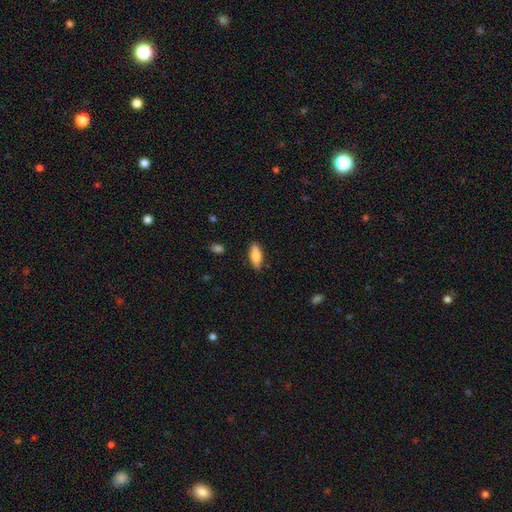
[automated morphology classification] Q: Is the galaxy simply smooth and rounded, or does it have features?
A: smooth — 81%.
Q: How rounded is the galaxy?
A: in between — 76%.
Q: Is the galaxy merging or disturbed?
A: none — 86%.